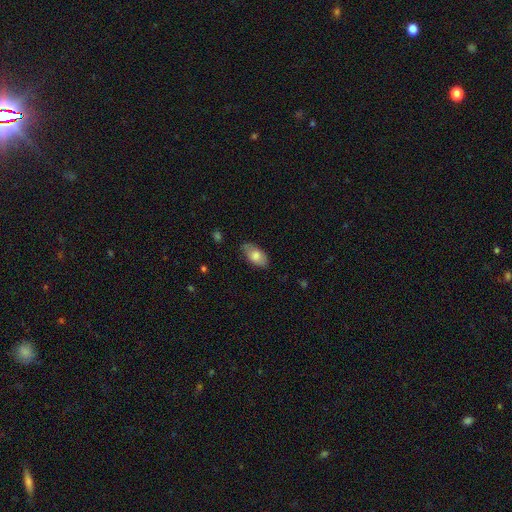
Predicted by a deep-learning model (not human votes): A smooth galaxy with no disk features (78%) that is in between round and cigar-shaped (92%).

Vote fractions:
- Smooth or featured? smooth: 78% / featured or disk: 15% / star or artifact: 7%
- How rounded? in between: 92% / round: 4% / cigar-shaped: 3%
- Merging? none: 73% / minor disturbance: 22% / major disturbance: 4% / merger: 2%